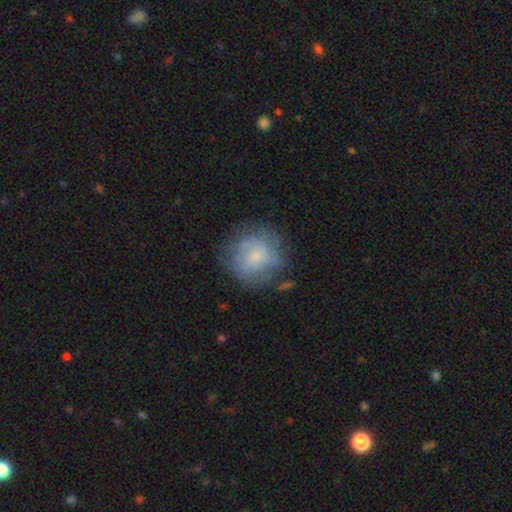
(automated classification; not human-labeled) smooth-or-featured: featured or disk: 50% | smooth: 41% | star or artifact: 9%
  disk-edge-on: no: 98% | yes: 2%
  merging: none: 67% | minor disturbance: 19% | major disturbance: 11% | merger: 2%